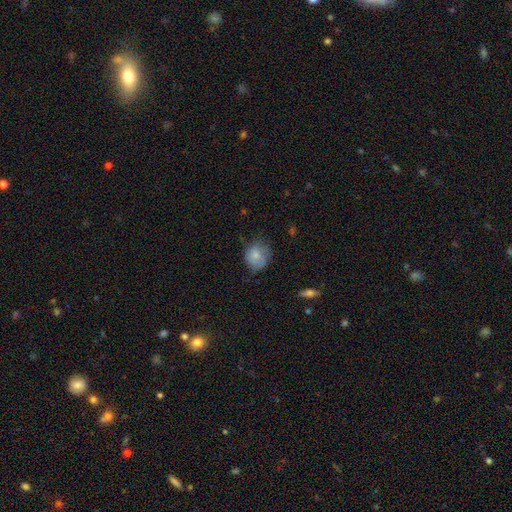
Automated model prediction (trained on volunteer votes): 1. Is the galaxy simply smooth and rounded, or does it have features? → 78% smooth, 14% featured or disk, 8% star or artifact.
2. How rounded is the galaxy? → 72% round, 27% in between, 1% cigar-shaped.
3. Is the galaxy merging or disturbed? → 59% none, 31% minor disturbance, 9% major disturbance, 1% merger.